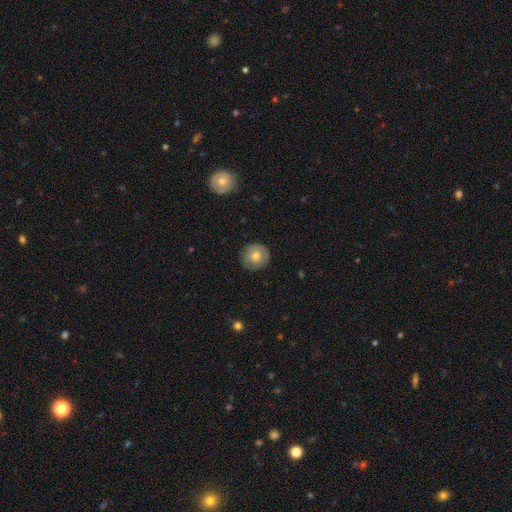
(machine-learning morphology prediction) Smooth or featured? smooth (67%)
How rounded? round (92%)
Merging? none (87%)